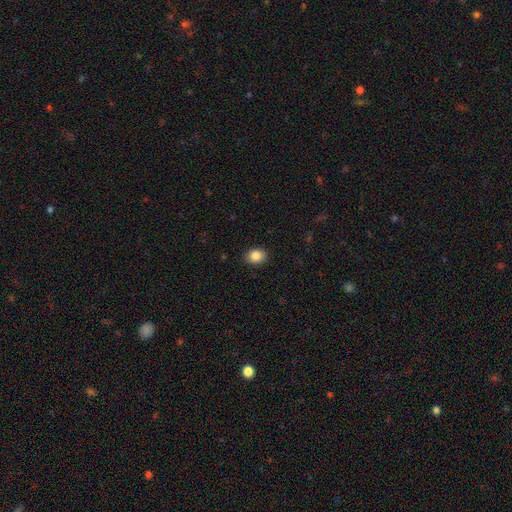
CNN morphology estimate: Smooth or featured: smooth — 85% (star or artifact — 9%)
How rounded: in between — 52% (round — 47%)
Merging: none — 89% (minor disturbance — 9%)